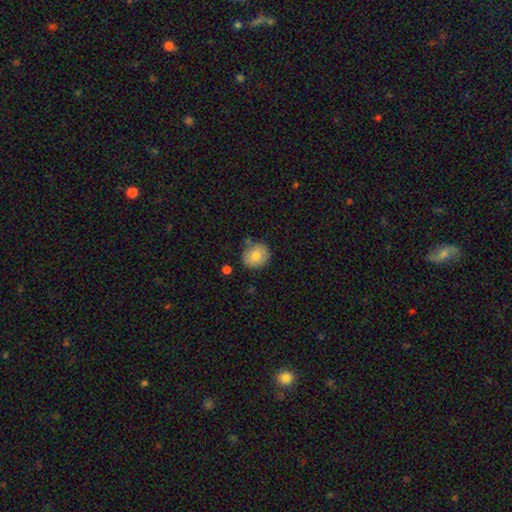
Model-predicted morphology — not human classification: A smooth galaxy with no disk features (78%) that is round (79%). Merging: none (80%).